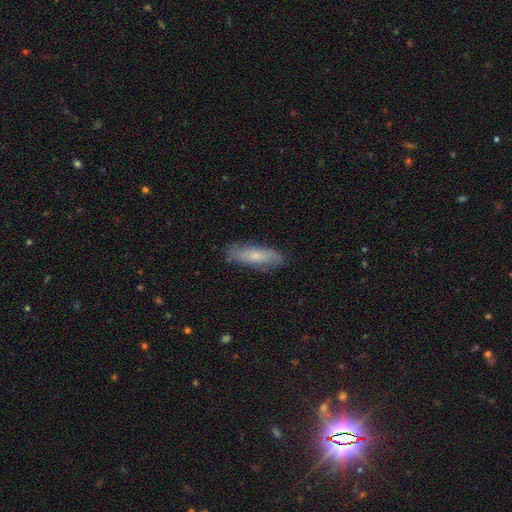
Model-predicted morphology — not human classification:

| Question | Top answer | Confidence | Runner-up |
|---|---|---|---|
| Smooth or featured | smooth | 64% | featured or disk (29%) |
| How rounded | cigar-shaped | 55% | in between (43%) |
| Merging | none | 82% | minor disturbance (14%) |